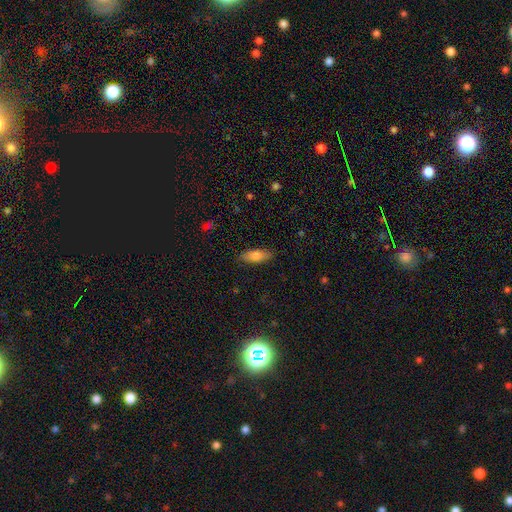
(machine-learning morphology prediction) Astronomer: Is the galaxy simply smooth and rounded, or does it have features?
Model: smooth — 77%.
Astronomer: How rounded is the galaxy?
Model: in between — 71%.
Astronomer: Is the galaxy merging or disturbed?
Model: none — 86%.